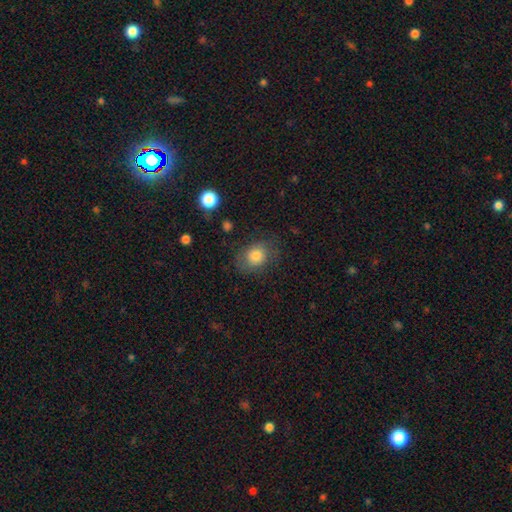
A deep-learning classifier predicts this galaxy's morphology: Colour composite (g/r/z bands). It shows a smooth galaxy with no disk features (79%) that is round (50%). Merging: none (72%).